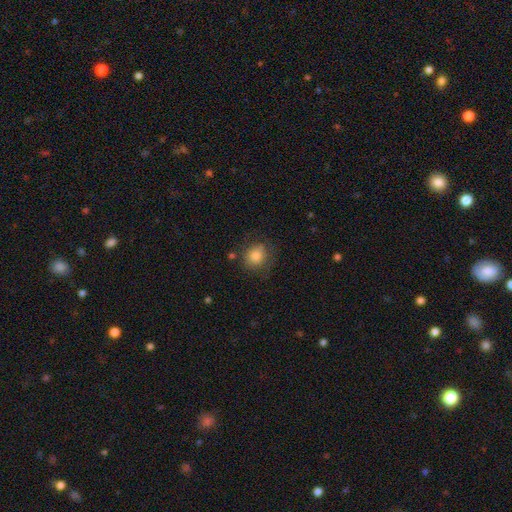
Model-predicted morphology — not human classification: This is clearly a smooth galaxy (83%). How rounded: clearly round (81%). Merging: likely none (73%).